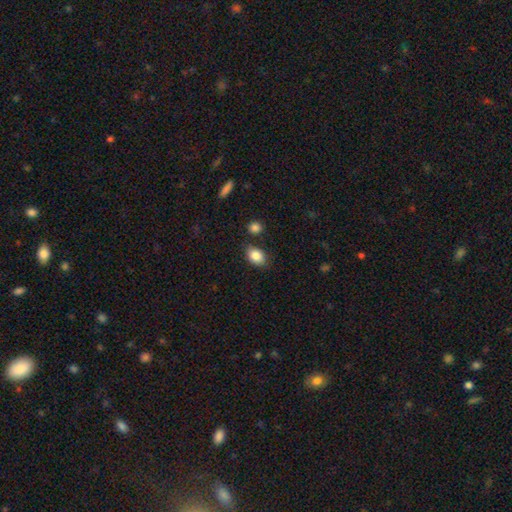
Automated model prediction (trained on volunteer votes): smooth 86%, star or artifact 8%, featured or disk 6%. Down the decision tree: how rounded — in between (75%); merging — none (77%).